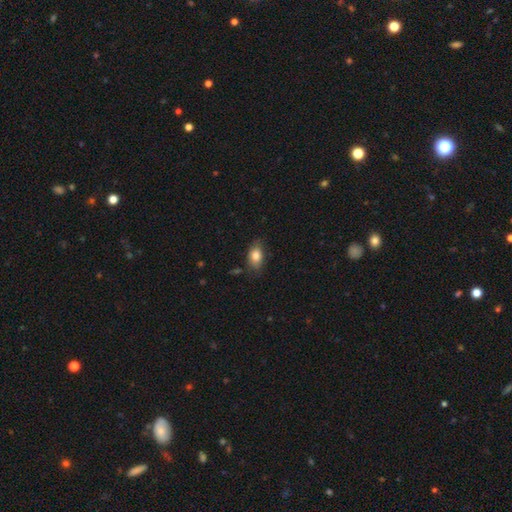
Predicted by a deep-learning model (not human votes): Smooth or featured?
  - smooth: 81% *
  - featured or disk: 11%
  - star or artifact: 8%
How rounded?
  - in between: 87% *
  - round: 11%
  - cigar-shaped: 3%
Merging?
  - none: 74% *
  - minor disturbance: 20%
  - major disturbance: 4%
  - merger: 2%